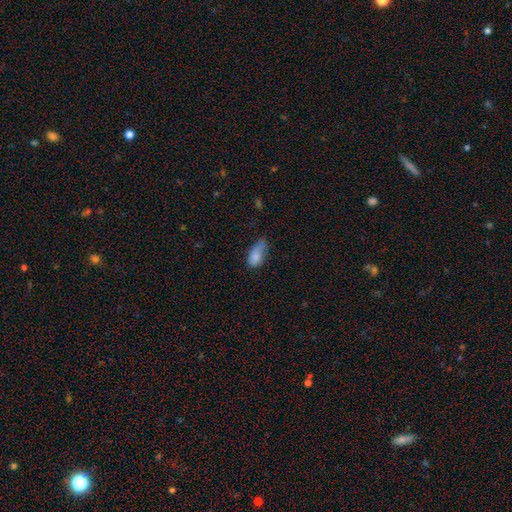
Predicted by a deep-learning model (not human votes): Smooth or featured? Predicted: smooth (p=0.81). How rounded? Predicted: in between (p=0.88). Merging? Predicted: minor disturbance (p=0.44).